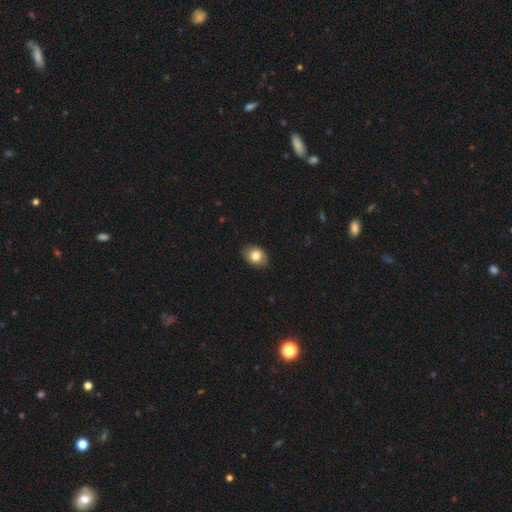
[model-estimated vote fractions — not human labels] Smooth or featured: smooth — 82% (featured or disk — 9%)
How rounded: in between — 65% (round — 34%)
Merging: none — 88% (minor disturbance — 9%)